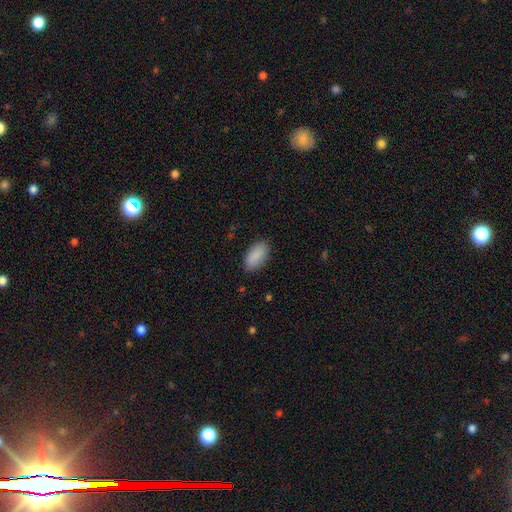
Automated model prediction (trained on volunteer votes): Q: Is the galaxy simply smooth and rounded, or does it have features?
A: smooth — 89%.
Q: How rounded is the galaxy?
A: in between — 93%.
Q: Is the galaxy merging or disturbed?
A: none — 86%.